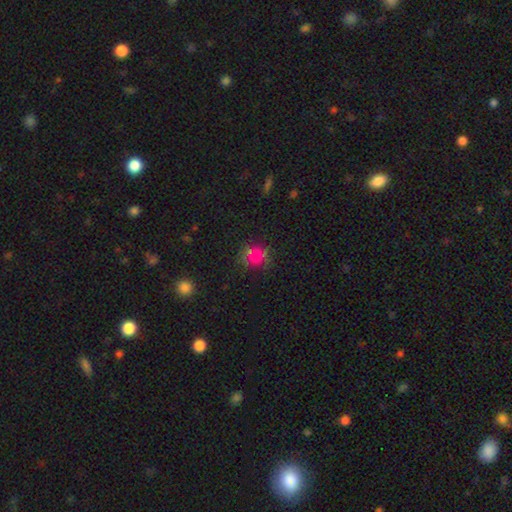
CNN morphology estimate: smooth_or_featured: smooth (p=0.61) [alt: star or artifact p=0.25]
how_rounded: round (p=0.81) [alt: in between p=0.18]
merging: none (p=0.70) [alt: minor disturbance p=0.15]